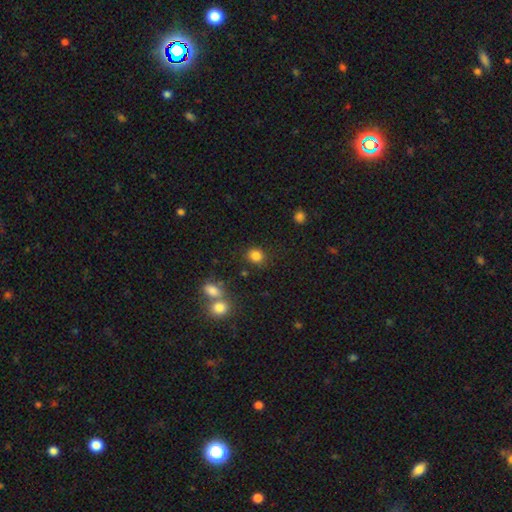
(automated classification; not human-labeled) smooth_or_featured: smooth (p=0.84) [alt: star or artifact p=0.11]
how_rounded: round (p=0.73) [alt: in between p=0.26]
merging: none (p=0.80) [alt: minor disturbance p=0.10]